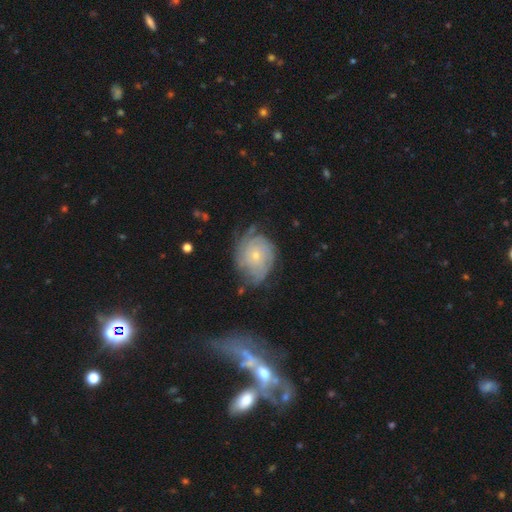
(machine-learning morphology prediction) type=featured or disk (70%); edge-on=no (97%); bar=no (81%); spiral arms=yes (87%); winding=tight (66%); arm count=can't tell (49%); bulge=small (77%); merging=none (57%).